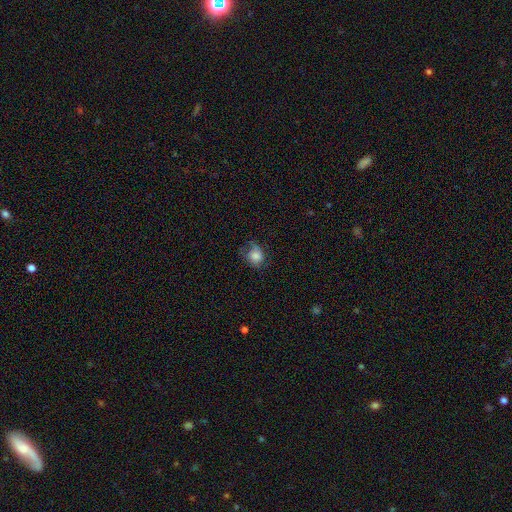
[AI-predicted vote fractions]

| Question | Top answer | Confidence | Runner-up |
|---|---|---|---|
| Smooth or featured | smooth | 65% | featured or disk (25%) |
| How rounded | round | 61% | in between (38%) |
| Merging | none | 48% | minor disturbance (27%) |